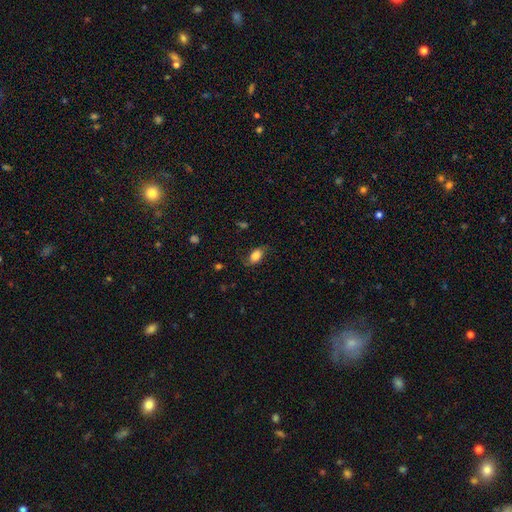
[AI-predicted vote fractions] Smooth or featured: smooth — 73% (featured or disk — 18%)
How rounded: in between — 86% (round — 11%)
Merging: none — 69% (minor disturbance — 21%)